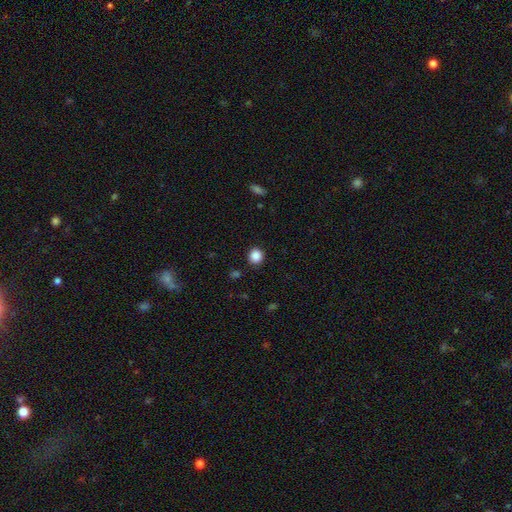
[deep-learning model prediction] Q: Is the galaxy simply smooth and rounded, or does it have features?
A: smooth — 87%.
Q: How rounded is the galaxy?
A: round — 87%.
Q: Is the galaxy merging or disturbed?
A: none — 90%.